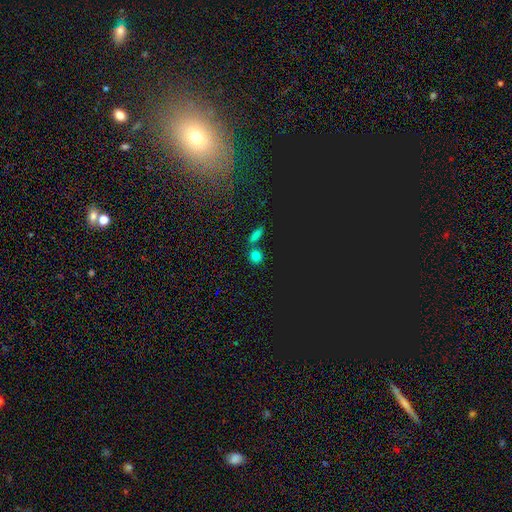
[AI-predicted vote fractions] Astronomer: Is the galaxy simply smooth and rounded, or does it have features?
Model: smooth — 67%.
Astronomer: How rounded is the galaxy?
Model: round — 79%.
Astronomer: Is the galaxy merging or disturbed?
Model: none — 69%.